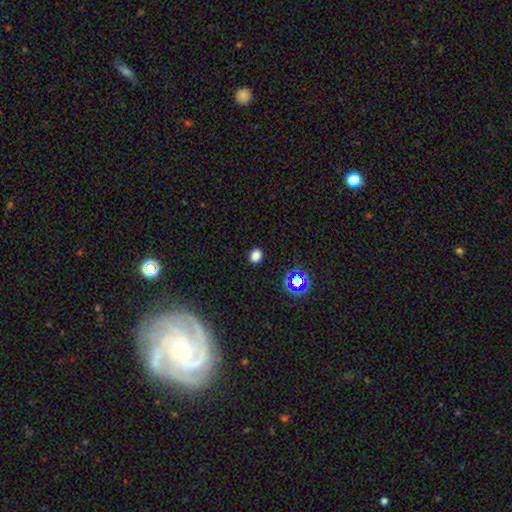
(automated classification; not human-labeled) Smooth or featured? smooth (79%)
How rounded? in between (52%)
Merging? none (89%)